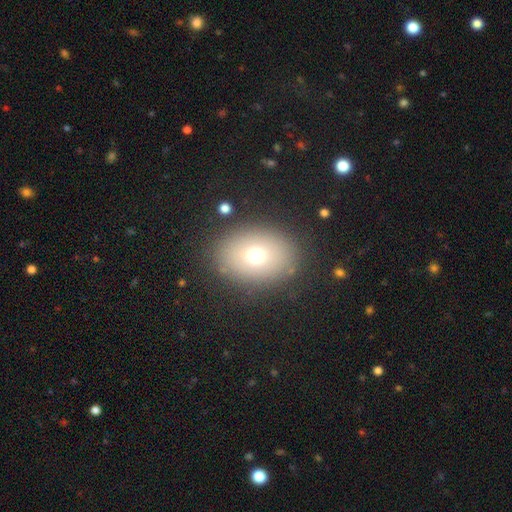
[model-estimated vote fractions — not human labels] Smooth or featured? smooth (71%)
How rounded? in between (55%)
Merging? none (85%)